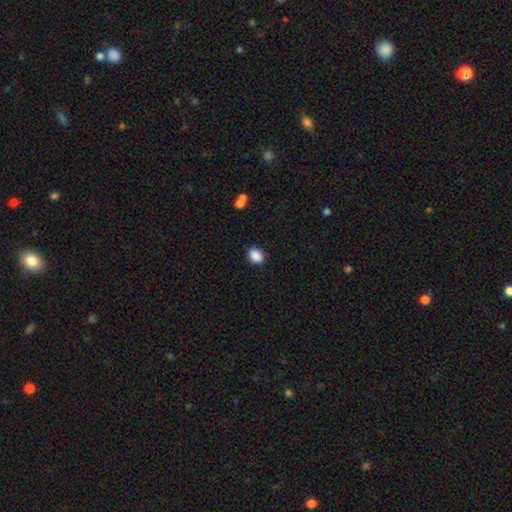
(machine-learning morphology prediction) Overall: smooth (89%). How rounded: in between (60%; round 39%). Merging: none (89%).